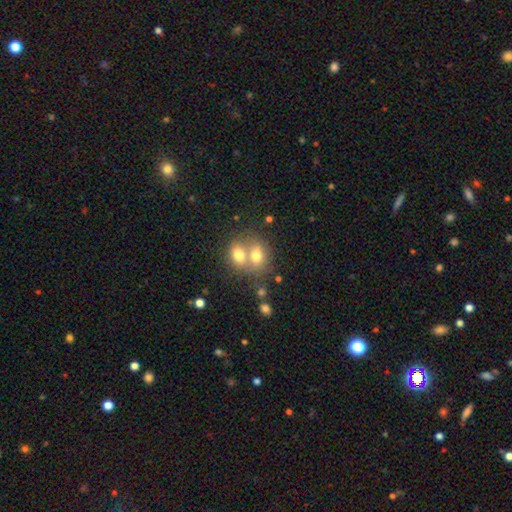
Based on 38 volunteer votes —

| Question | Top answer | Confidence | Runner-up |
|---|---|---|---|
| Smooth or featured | smooth | 74% | featured or disk (21%) |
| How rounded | in between | 57% | round (43%) |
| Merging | merger | 78% | none (17%) |